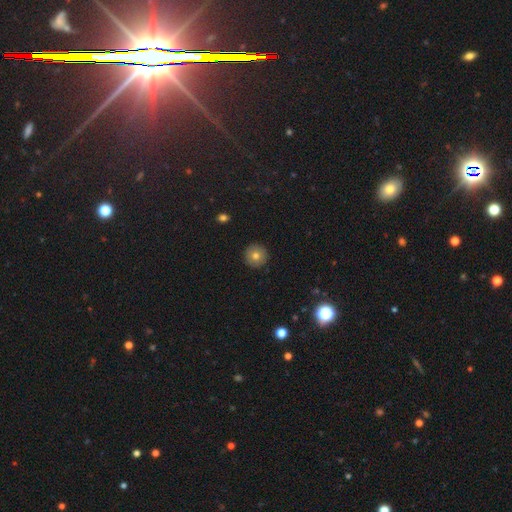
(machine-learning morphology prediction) type=smooth (76%); roundness=round (96%); merging=none (92%).